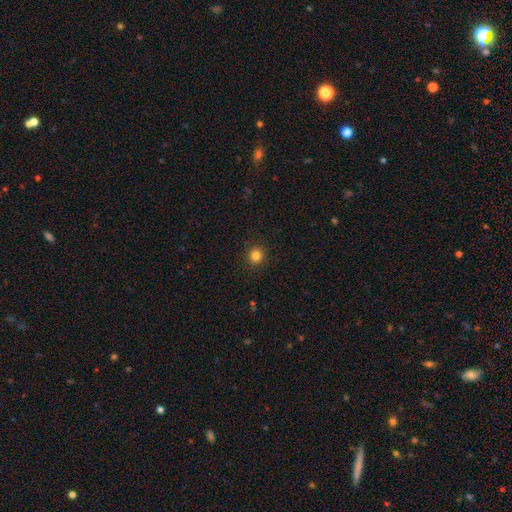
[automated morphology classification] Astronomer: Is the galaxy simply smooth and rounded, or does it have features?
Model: smooth — 83%.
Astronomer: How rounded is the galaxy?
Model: round — 92%.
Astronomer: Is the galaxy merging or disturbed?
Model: none — 92%.